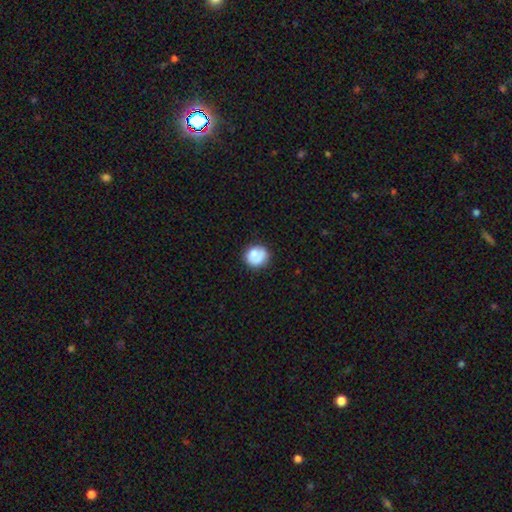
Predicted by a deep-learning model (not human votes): smooth 77%, featured or disk 15%, star or artifact 8%. Down the decision tree: how rounded — round (83%); merging — none (67%).